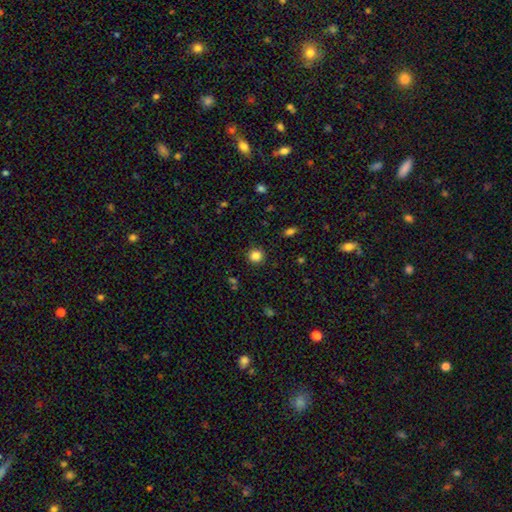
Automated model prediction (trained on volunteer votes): Smooth or featured? smooth (84%)
How rounded? round (93%)
Merging? none (91%)